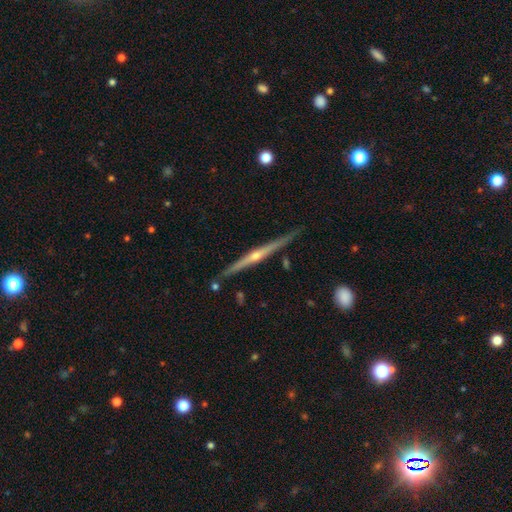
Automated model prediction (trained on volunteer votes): Morphology: type=featured or disk (84%); edge-on=yes (98%); edge-on bulge=rounded (86%); merging=none (88%).